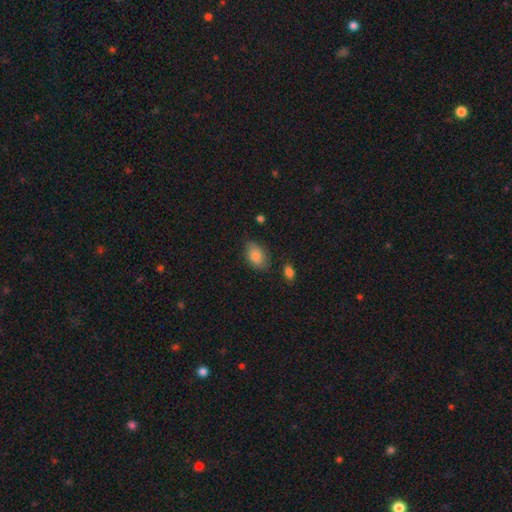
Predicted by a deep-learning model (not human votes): This is clearly a smooth galaxy (83%). How rounded: clearly in between (85%). Merging: likely none (70%).